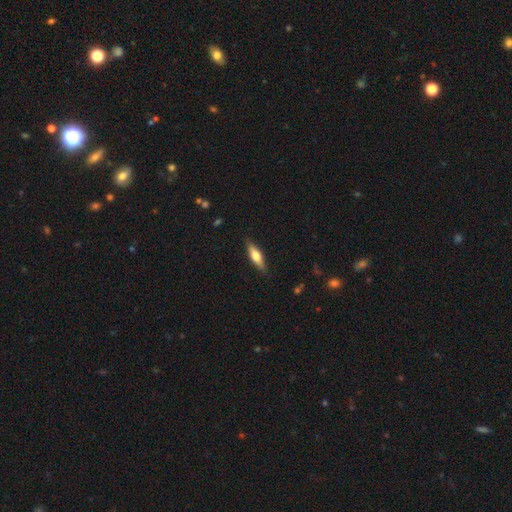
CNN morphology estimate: smooth 59%, featured or disk 35%, star or artifact 6%. Down the decision tree: how rounded — cigar-shaped (58%); merging — none (85%).